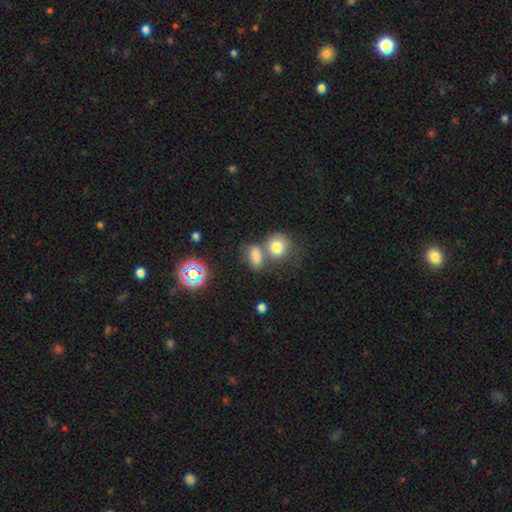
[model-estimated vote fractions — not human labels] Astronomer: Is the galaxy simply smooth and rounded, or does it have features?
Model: smooth — 74%.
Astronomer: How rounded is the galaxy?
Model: in between — 70%.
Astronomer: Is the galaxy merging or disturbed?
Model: none — 41%, tied with merger at 41%.